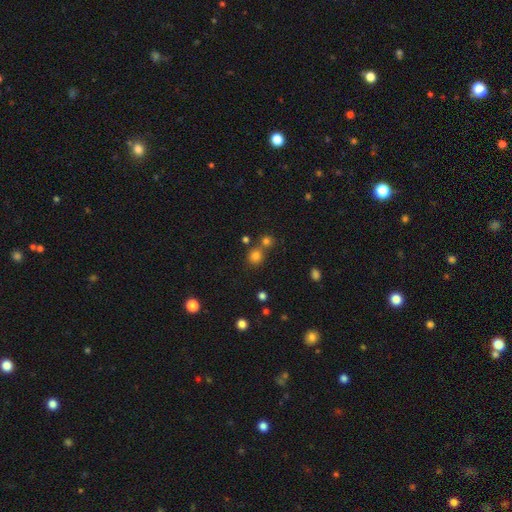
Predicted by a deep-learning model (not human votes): smooth_or_featured: smooth (p=0.75) [alt: star or artifact p=0.18]
how_rounded: round (p=0.88) [alt: in between p=0.11]
merging: none (p=0.65) [alt: merger p=0.25]